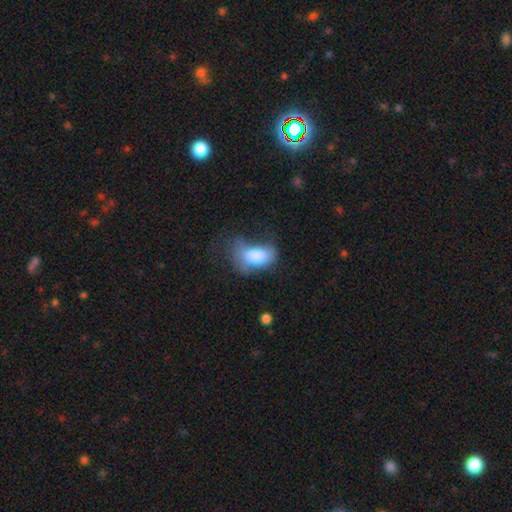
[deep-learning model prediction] A smooth galaxy with no disk features (76%) that is in between round and cigar-shaped (88%). Merging: major disturbance (38%).